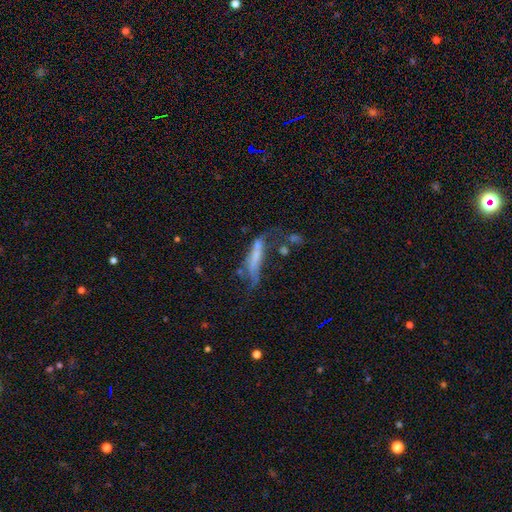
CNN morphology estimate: A smooth galaxy with no disk features (48%). Merging: major disturbance (36%).